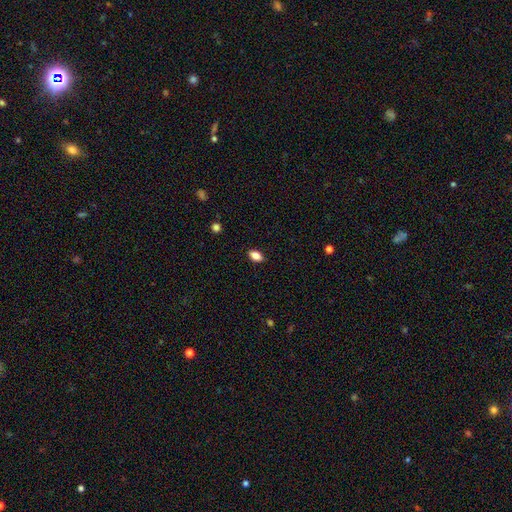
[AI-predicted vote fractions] This appears to be a smooth galaxy with no disk features (83%) that is in between round and cigar-shaped (88%). Merging: none (88%).